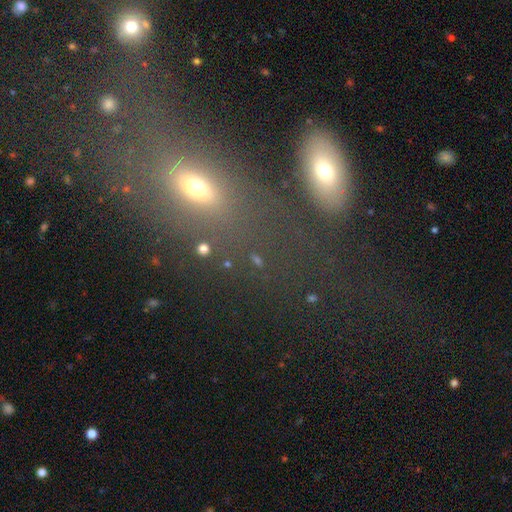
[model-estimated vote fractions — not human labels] A smooth galaxy with no disk features (55%) that is in between round and cigar-shaped (71%).

Vote fractions:
- Smooth or featured? smooth: 55% / star or artifact: 23% / featured or disk: 21%
- How rounded? in between: 71% / round: 16% / cigar-shaped: 13%
- Merging? none: 46% / merger: 22% / major disturbance: 18% / minor disturbance: 14%